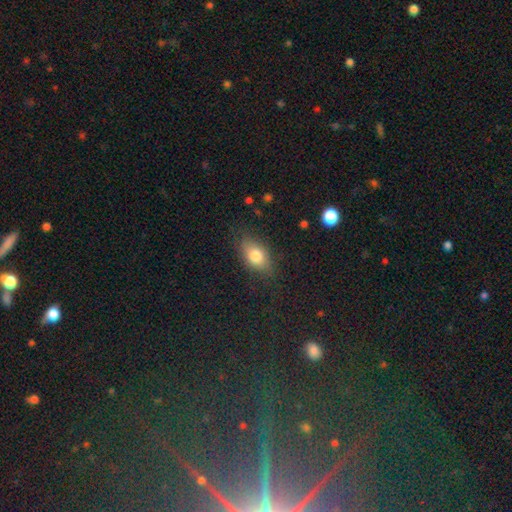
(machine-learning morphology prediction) Smooth or featured?
  - smooth: 77% *
  - featured or disk: 14%
  - star or artifact: 9%
How rounded?
  - in between: 83% *
  - round: 12%
  - cigar-shaped: 5%
Merging?
  - none: 77% *
  - minor disturbance: 16%
  - major disturbance: 5%
  - merger: 1%